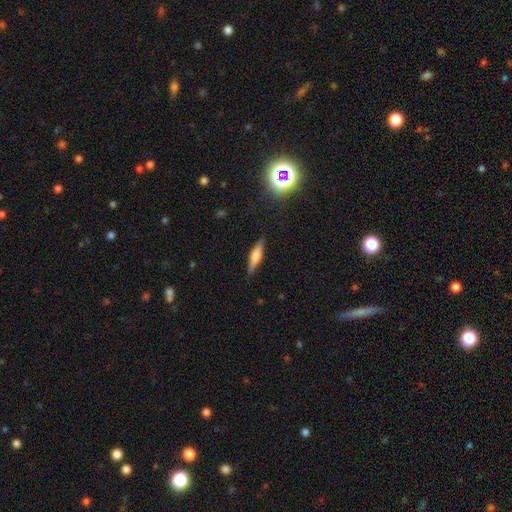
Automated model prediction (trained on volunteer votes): A smooth galaxy with no disk features (53%) that is cigar-shaped (74%).

Vote fractions:
- Smooth or featured? smooth: 53% / featured or disk: 39% / star or artifact: 8%
- How rounded? cigar-shaped: 74% / in between: 23% / round: 2%
- Merging? none: 87% / minor disturbance: 10% / major disturbance: 2% / merger: 1%